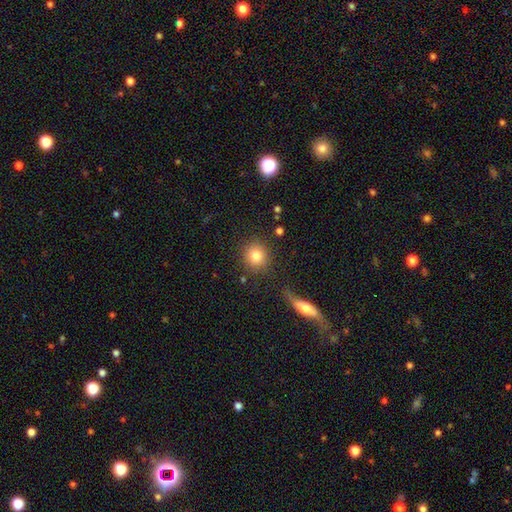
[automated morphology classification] A smooth galaxy with no disk features (82%) that is round (89%). Merging: none (85%).